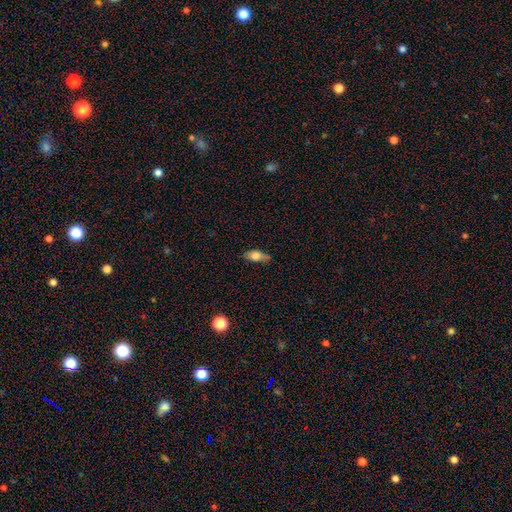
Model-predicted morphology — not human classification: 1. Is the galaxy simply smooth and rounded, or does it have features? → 71% smooth, 21% featured or disk, 8% star or artifact.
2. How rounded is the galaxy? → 77% in between, 18% cigar-shaped, 5% round.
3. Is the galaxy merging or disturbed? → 69% none, 24% minor disturbance, 5% major disturbance, 2% merger.